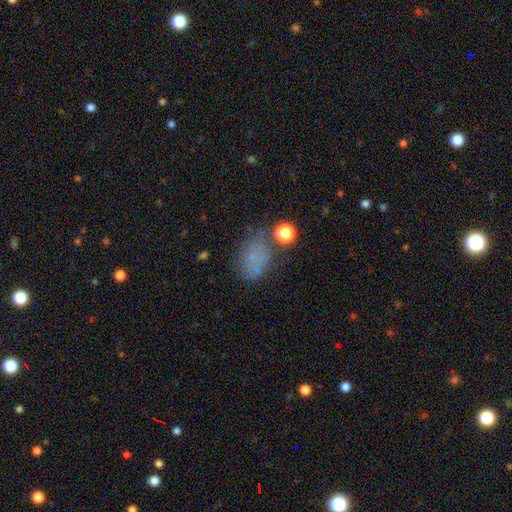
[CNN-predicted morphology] Smooth or featured? smooth (60%)
How rounded? in between (73%)
Merging? none (51%)